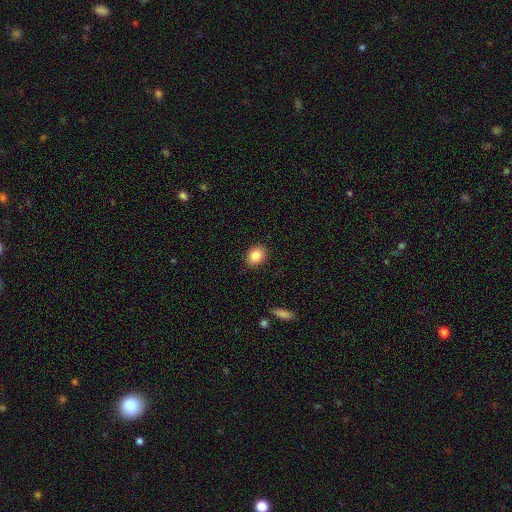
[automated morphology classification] This appears to be a smooth galaxy with no disk features (84%) that is in between round and cigar-shaped (53%). Merging: none (87%).